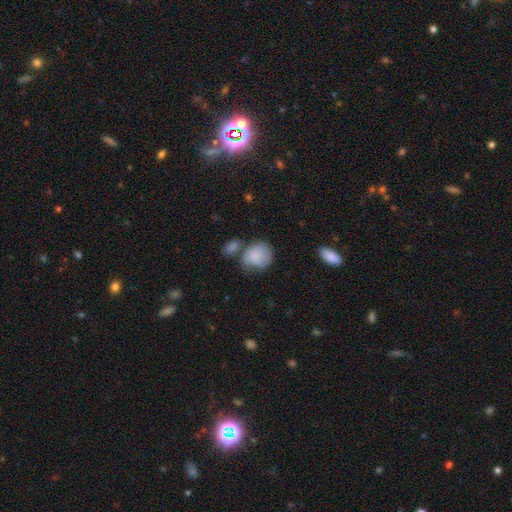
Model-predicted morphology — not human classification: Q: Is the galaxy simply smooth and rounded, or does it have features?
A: smooth — 83%.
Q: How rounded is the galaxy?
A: round — 62%.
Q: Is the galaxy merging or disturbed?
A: none — 41%.